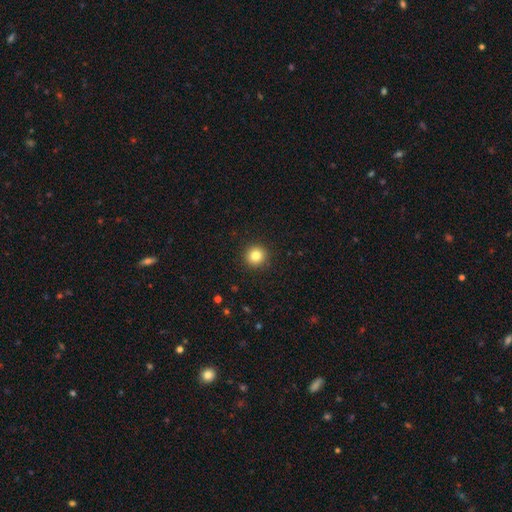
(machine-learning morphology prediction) Overall: smooth (83%). How rounded: round (94%). Merging: none (93%).